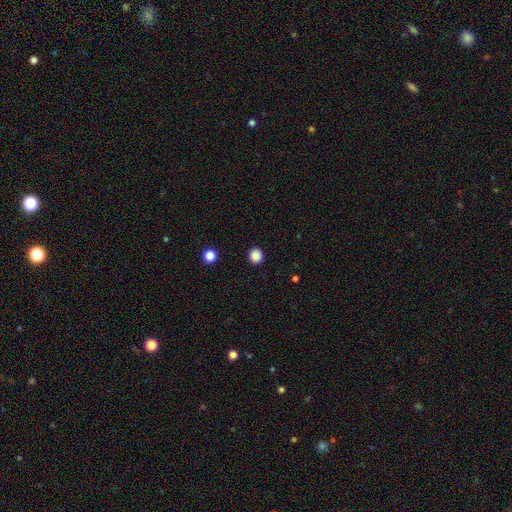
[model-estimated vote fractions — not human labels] The model was most divided on "smooth or featured": smooth: 87%, star or artifact: 11%, featured or disk: 2%. More confident: merging — none (92%); how rounded — round (88%).